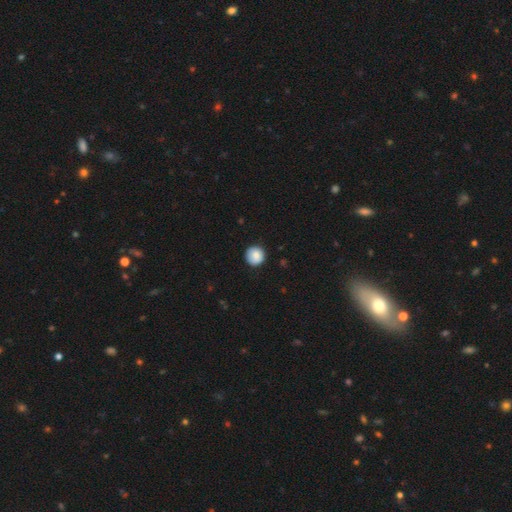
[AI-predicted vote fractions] Smooth or featured? Predicted: smooth (p=0.87). How rounded? Predicted: round (p=0.96). Merging? Predicted: none (p=0.88).